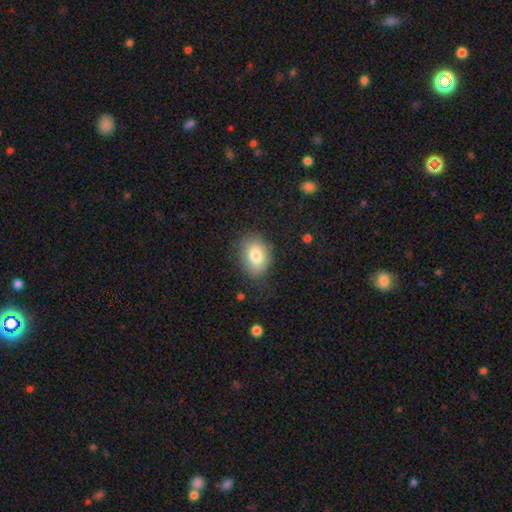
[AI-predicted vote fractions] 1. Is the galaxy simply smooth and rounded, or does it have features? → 80% smooth, 12% featured or disk, 8% star or artifact.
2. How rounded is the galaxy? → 76% in between, 23% round, 1% cigar-shaped.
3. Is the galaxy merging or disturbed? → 76% none, 18% minor disturbance, 5% major disturbance, 1% merger.